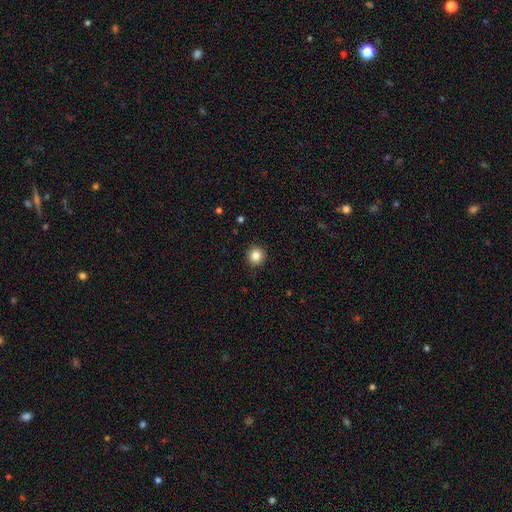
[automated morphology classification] A smooth galaxy with no disk features (84%) that is round (94%).

Vote fractions:
- Smooth or featured? smooth: 84% / star or artifact: 10% / featured or disk: 5%
- How rounded? round: 94% / in between: 5% / cigar-shaped: 1%
- Merging? none: 92% / minor disturbance: 5% / major disturbance: 2% / merger: 1%